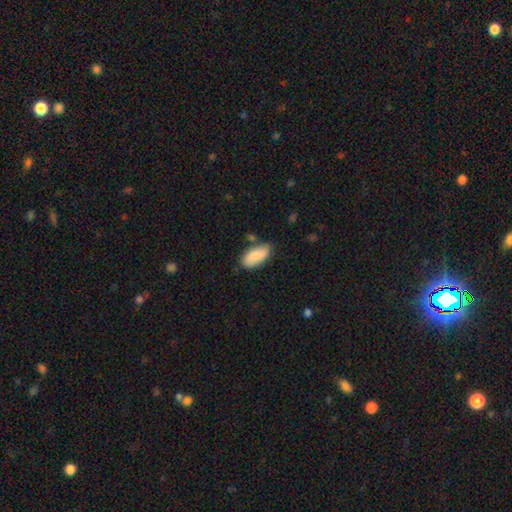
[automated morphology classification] Smooth or featured?
  - smooth: 80% *
  - featured or disk: 14%
  - star or artifact: 6%
How rounded?
  - in between: 91% *
  - cigar-shaped: 6%
  - round: 3%
Merging?
  - none: 71% *
  - minor disturbance: 20%
  - merger: 5%
  - major disturbance: 4%